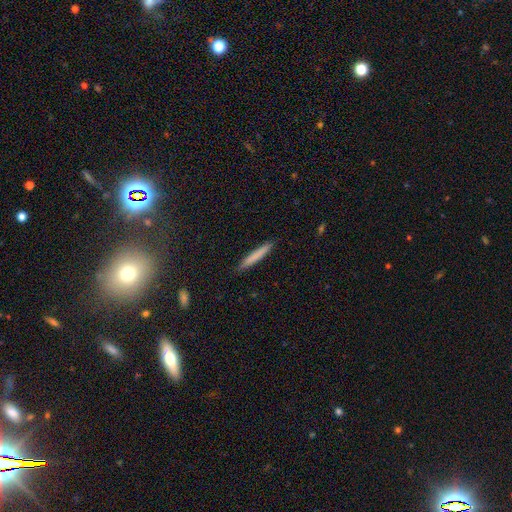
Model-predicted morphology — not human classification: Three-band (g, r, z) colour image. It shows a smooth galaxy with no disk features (76%) that is cigar-shaped (96%). Merging: none (90%).